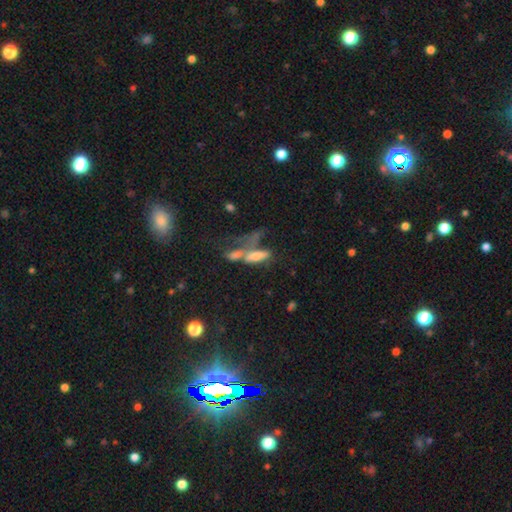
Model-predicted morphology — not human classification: type=smooth (50%); roundness=in between (52%); merging=merger (49%).